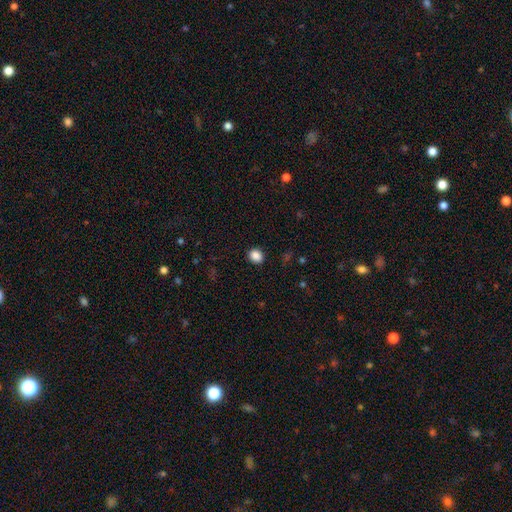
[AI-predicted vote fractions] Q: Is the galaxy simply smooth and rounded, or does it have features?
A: smooth — 87%.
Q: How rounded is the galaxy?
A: round — 68%.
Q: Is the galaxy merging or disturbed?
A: none — 91%.